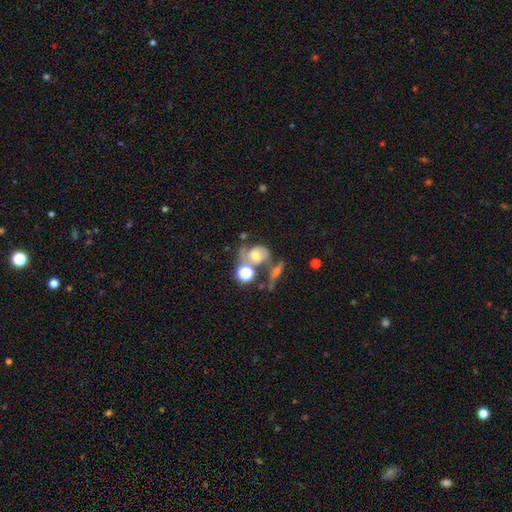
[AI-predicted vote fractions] Morphology: type=featured or disk (47%); merging=merger (33%).